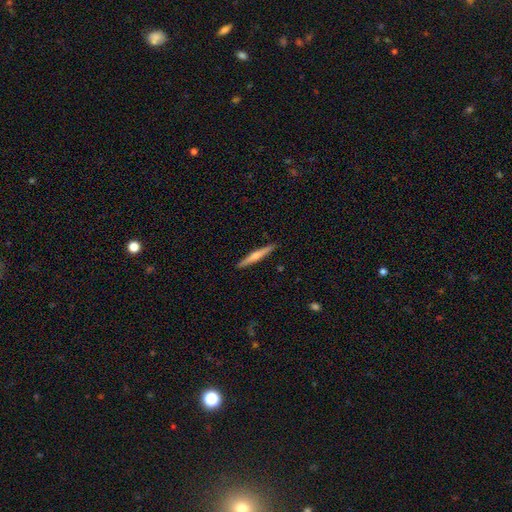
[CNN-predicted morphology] featured or disk 48%, smooth 47%, star or artifact 5%. Down the decision tree: merging — none (91%).